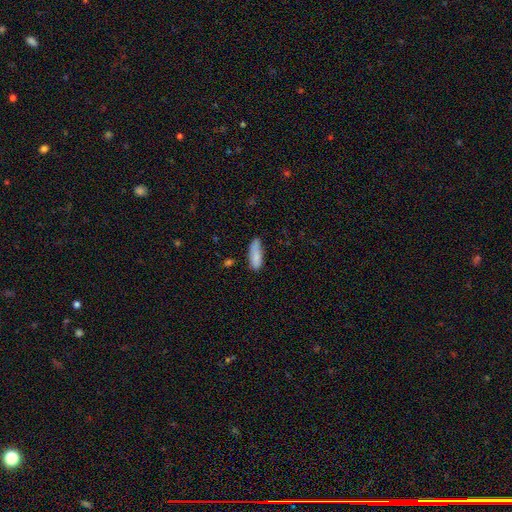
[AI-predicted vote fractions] Smooth or featured? Predicted: smooth (p=0.84). How rounded? Predicted: in between (p=0.62). Merging? Predicted: none (p=0.60).